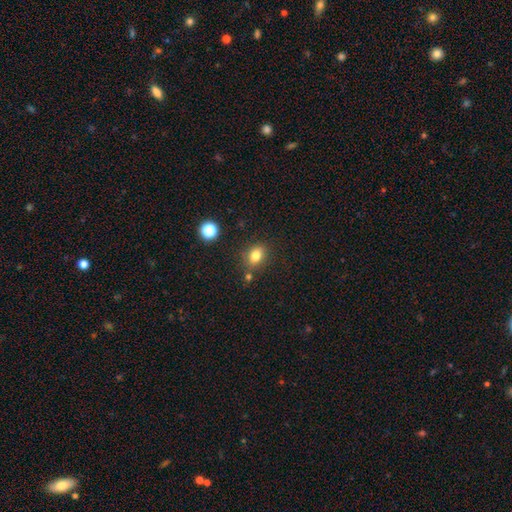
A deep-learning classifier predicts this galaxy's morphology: This appears to be a smooth galaxy with no disk features (80%) that is in between round and cigar-shaped (58%). Merging: none (78%).